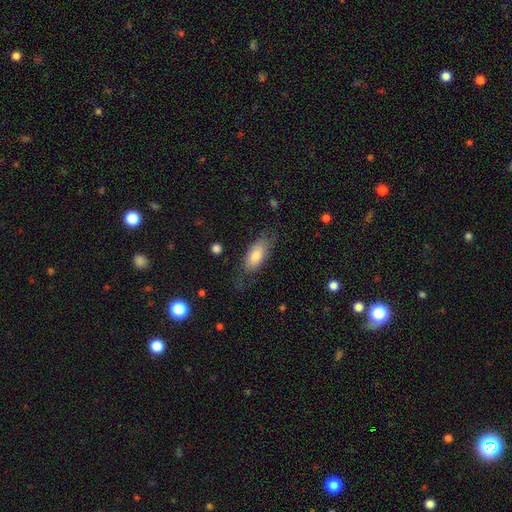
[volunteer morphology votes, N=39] This appears to be a smooth galaxy with no disk features (72%) that is in between round and cigar-shaped (86%). Merging: none (63%).